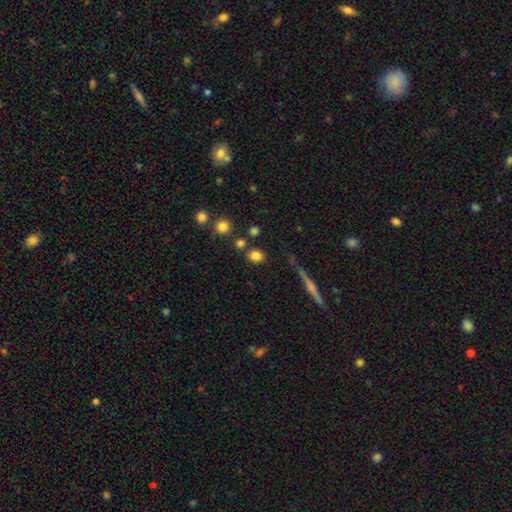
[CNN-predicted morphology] The model was most divided on "how rounded": round: 63%, in between: 35%, cigar-shaped: 2%. More confident: smooth or featured — smooth (82%); merging — none (79%).